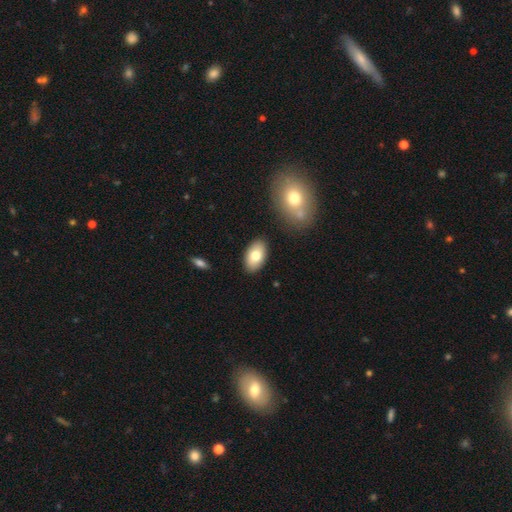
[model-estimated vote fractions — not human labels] A smooth galaxy with no disk features (77%) that is in between round and cigar-shaped (94%). Merging: none (87%).